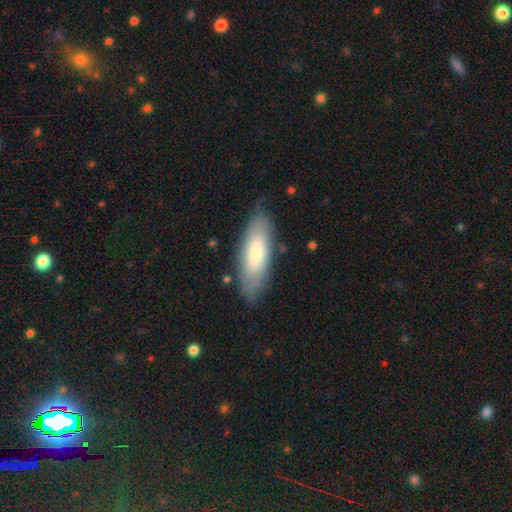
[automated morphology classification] Q: Smooth or featured?
A: smooth (69%); runner-up: featured or disk (25%)
Q: How rounded?
A: in between (65%); runner-up: cigar-shaped (33%)
Q: Merging?
A: none (79%); runner-up: minor disturbance (16%)